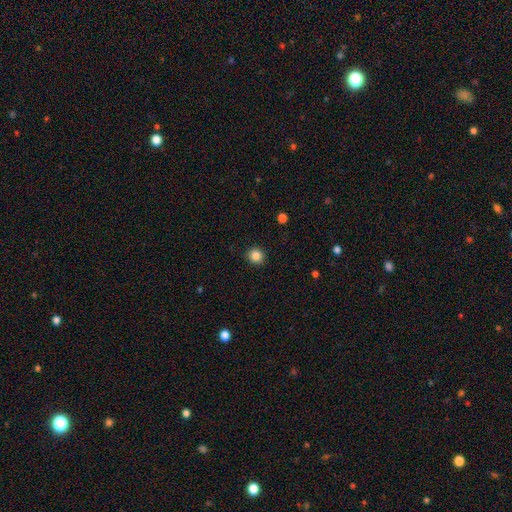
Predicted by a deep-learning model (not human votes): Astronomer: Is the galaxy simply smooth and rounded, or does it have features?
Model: smooth — 85%.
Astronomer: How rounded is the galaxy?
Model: round — 90%.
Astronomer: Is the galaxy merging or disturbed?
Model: none — 91%.